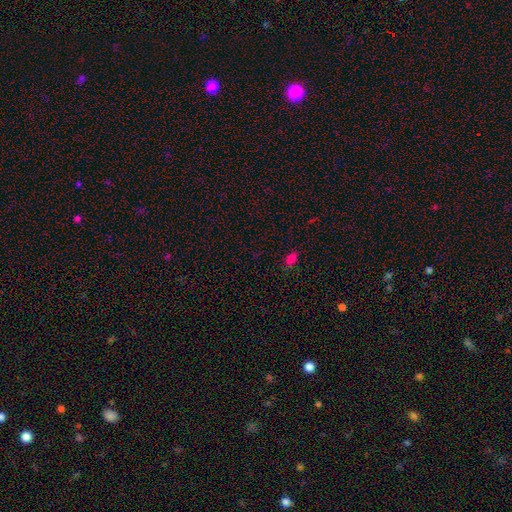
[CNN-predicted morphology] This appears to be a smooth galaxy with no disk features (53%) that is in between round and cigar-shaped (62%). Merging: none (83%).